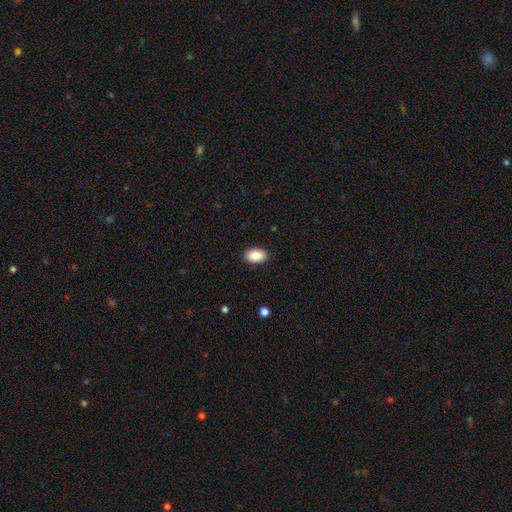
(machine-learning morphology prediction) A smooth galaxy with no disk features (90%) that is in between round and cigar-shaped (93%). Merging: none (90%).